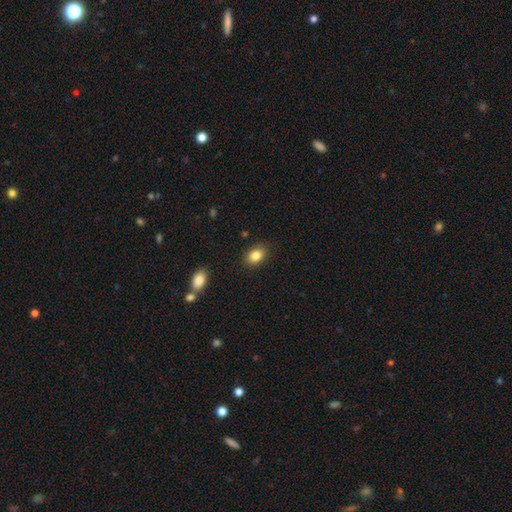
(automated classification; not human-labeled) Smooth or featured?
  - smooth: 85% *
  - star or artifact: 9%
  - featured or disk: 6%
How rounded?
  - in between: 74% *
  - round: 25%
  - cigar-shaped: 1%
Merging?
  - none: 87% *
  - minor disturbance: 9%
  - major disturbance: 2%
  - merger: 2%